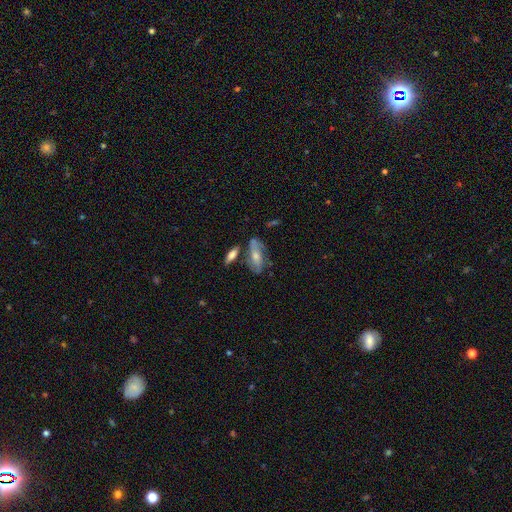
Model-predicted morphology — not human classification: A featured or disk galaxy (59%). Merging: none (61%).